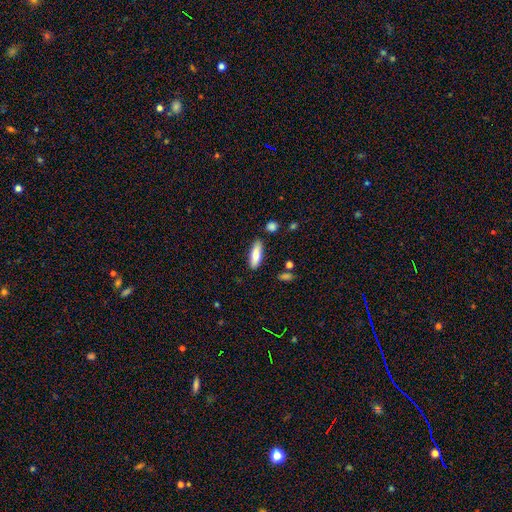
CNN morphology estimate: A smooth galaxy with no disk features (76%) that is in between round and cigar-shaped (58%). Merging: none (83%).